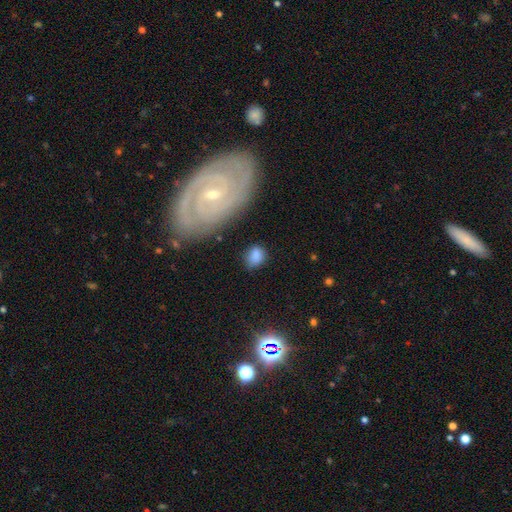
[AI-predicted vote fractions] smooth_or_featured: smooth (p=0.82) [alt: featured or disk p=0.10]
how_rounded: in between (p=0.57) [alt: round p=0.41]
merging: none (p=0.71) [alt: minor disturbance p=0.19]